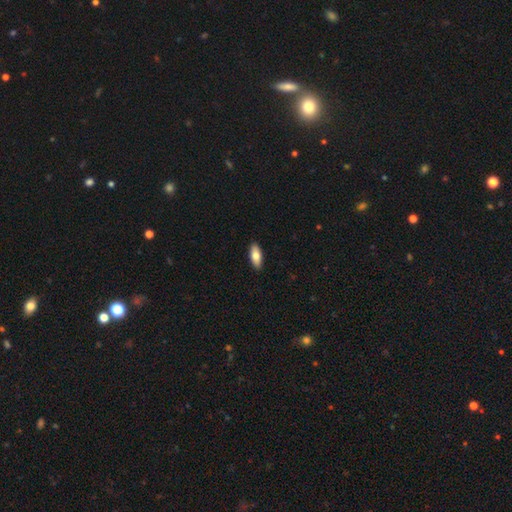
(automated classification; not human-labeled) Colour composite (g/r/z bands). It shows a smooth galaxy with no disk features (78%) that is in between round and cigar-shaped (80%). Merging: none (91%).